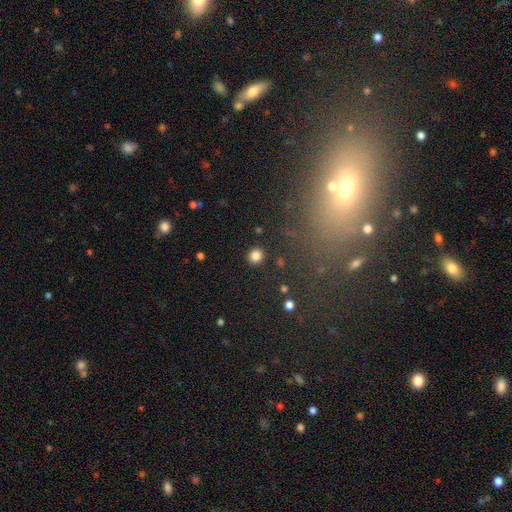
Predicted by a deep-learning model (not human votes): Morphology: type=smooth (84%); roundness=round (91%); merging=none (91%).